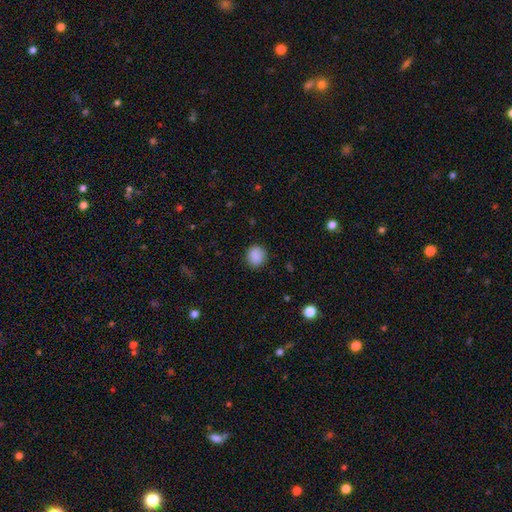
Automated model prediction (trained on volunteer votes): The model was most divided on "how rounded": round: 83%, in between: 16%, cigar-shaped: 1%. More confident: smooth or featured — smooth (88%); merging — none (87%).